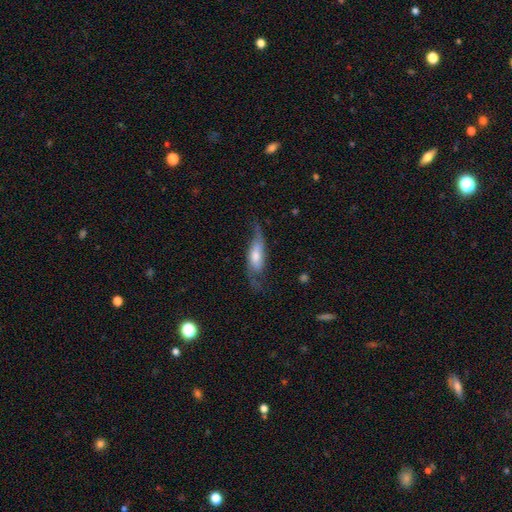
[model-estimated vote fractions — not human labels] This appears to be a featured or disk galaxy (65%). Merging: none (56%).